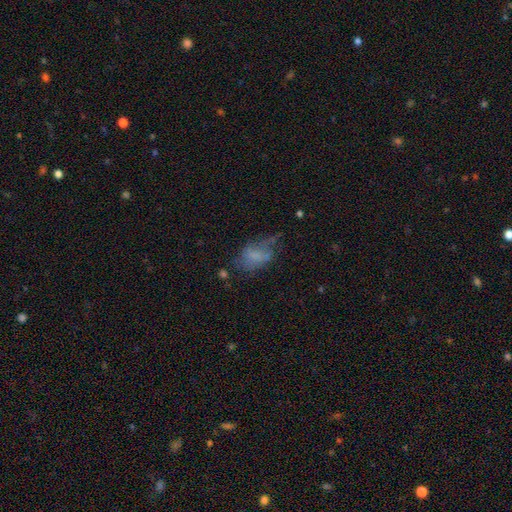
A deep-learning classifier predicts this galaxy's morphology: This appears to be a smooth galaxy with no disk features (57%) that is in between round and cigar-shaped (88%). Merging: none (36%).